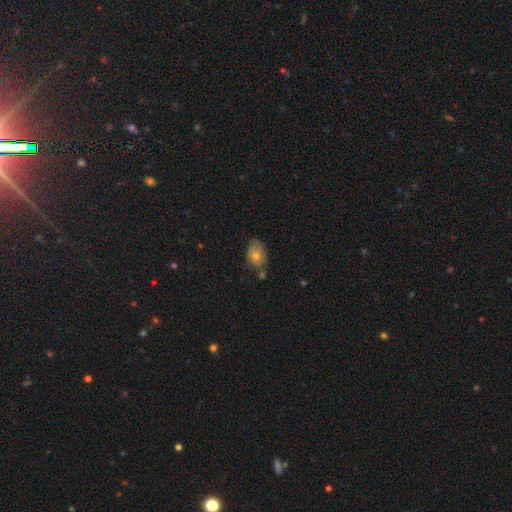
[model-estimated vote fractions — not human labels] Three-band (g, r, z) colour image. It shows a smooth galaxy with no disk features (72%) that is in between round and cigar-shaped (78%). Merging: none (57%).